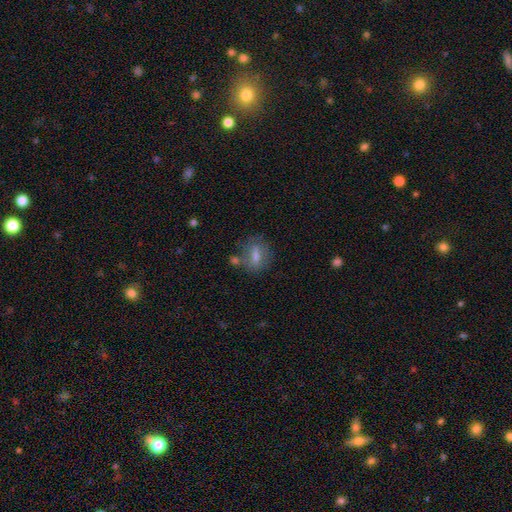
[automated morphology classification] A smooth galaxy with no disk features (66%) that is in between round and cigar-shaped (63%). Merging: none (60%).